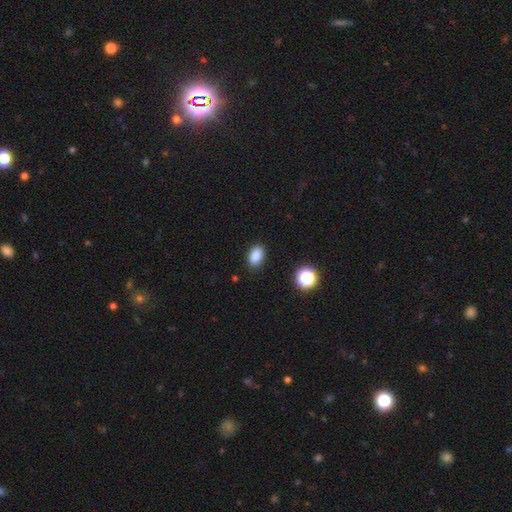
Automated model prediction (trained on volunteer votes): A smooth galaxy with no disk features (86%) that is in between round and cigar-shaped (87%).

Vote fractions:
- Smooth or featured? smooth: 86% / star or artifact: 10% / featured or disk: 4%
- How rounded? in between: 87% / round: 11% / cigar-shaped: 2%
- Merging? none: 88% / minor disturbance: 8% / major disturbance: 2% / merger: 1%